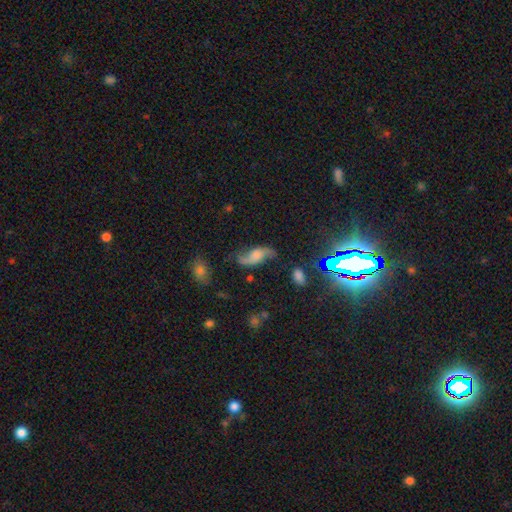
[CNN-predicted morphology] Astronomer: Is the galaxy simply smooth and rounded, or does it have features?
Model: featured or disk — 70%.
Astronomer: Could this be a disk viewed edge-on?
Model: no — 93%.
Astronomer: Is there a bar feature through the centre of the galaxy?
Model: no — 62%.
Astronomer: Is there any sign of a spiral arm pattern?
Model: yes — 93%.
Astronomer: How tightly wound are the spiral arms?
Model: loose — 80%.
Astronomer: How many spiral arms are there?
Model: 2 — 91%.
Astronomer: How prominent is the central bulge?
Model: none — 35% (runner-up: moderate, 22%).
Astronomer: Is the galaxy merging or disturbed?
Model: none — 65%.